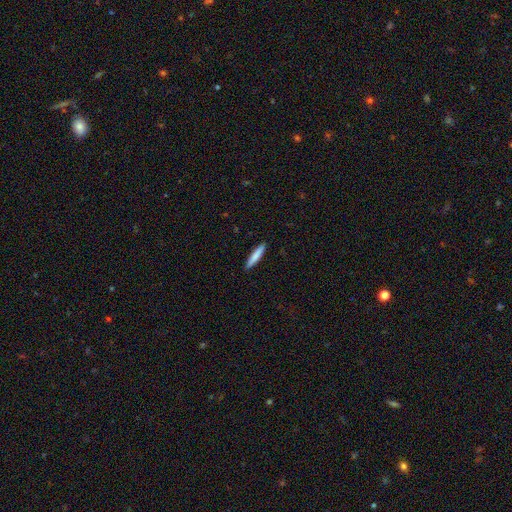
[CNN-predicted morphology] This appears to be a smooth galaxy with no disk features (80%) that is cigar-shaped (90%). Merging: none (91%).